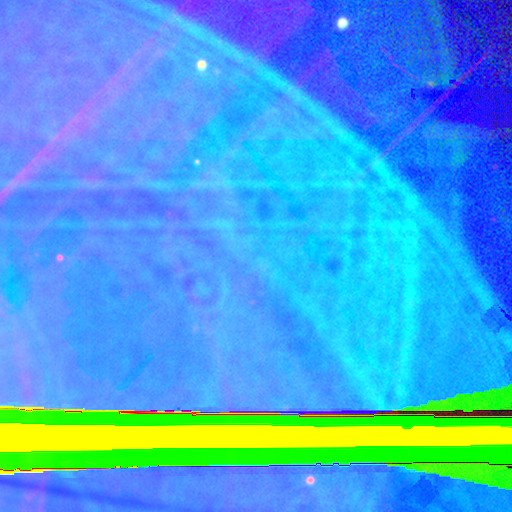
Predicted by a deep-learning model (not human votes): A star or artifact, not a galaxy (86%).